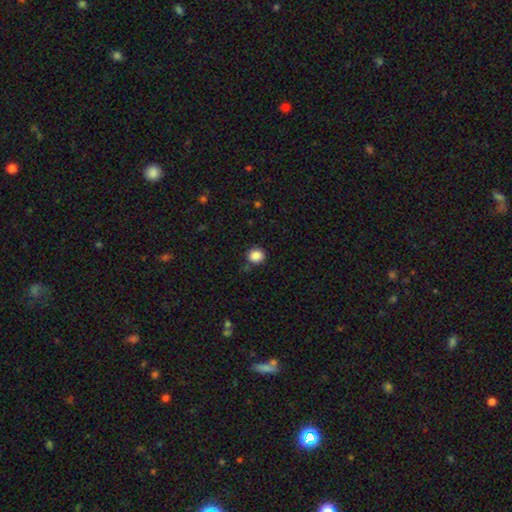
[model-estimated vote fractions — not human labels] Morphology: type=smooth (87%); roundness=round (82%); merging=none (84%).